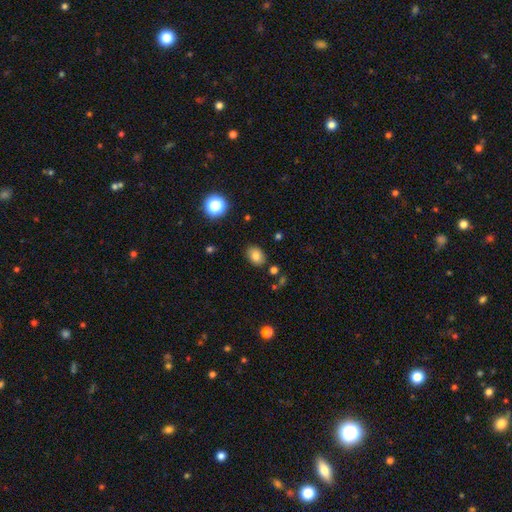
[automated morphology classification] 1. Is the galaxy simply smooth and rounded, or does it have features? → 81% smooth, 11% star or artifact, 8% featured or disk.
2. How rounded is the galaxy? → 69% in between, 30% round, 1% cigar-shaped.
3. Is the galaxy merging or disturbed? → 85% none, 10% minor disturbance, 3% major disturbance, 2% merger.